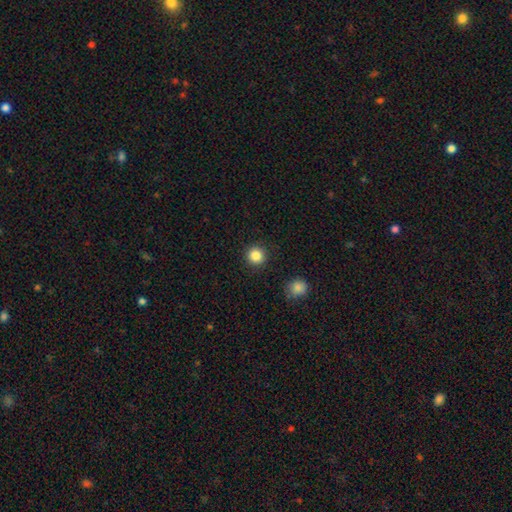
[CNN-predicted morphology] This appears to be a smooth galaxy with no disk features (86%) that is round (94%). Merging: none (91%).